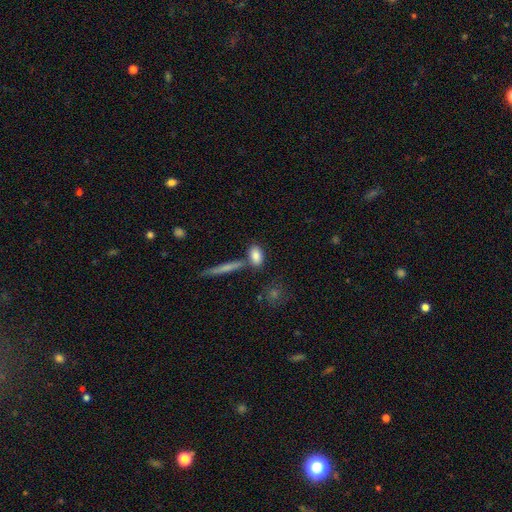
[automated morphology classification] This is clearly a smooth galaxy (83%). How rounded: clearly in between (81%). Merging: likely none (65%).